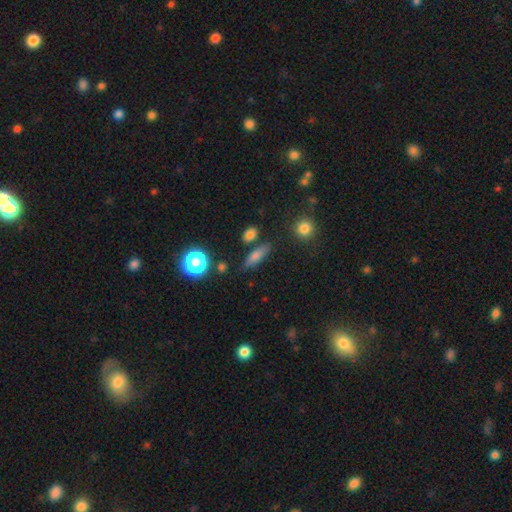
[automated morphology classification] The model was most divided on "how rounded": cigar-shaped: 51%, in between: 41%, round: 8%. More confident: merging — none (79%); smooth or featured — smooth (66%).